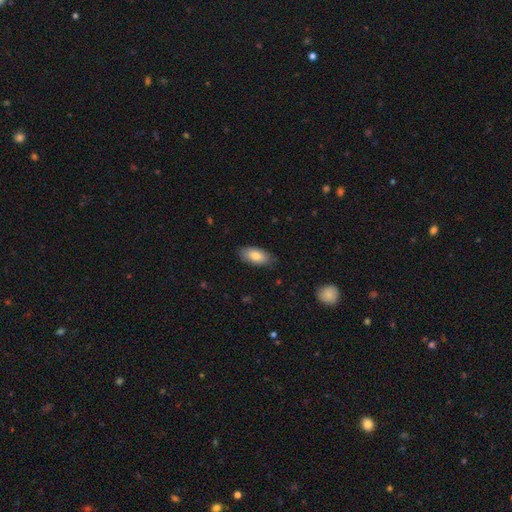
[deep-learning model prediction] Smooth or featured? Predicted: smooth (p=0.80). How rounded? Predicted: in between (p=0.91). Merging? Predicted: none (p=0.82).